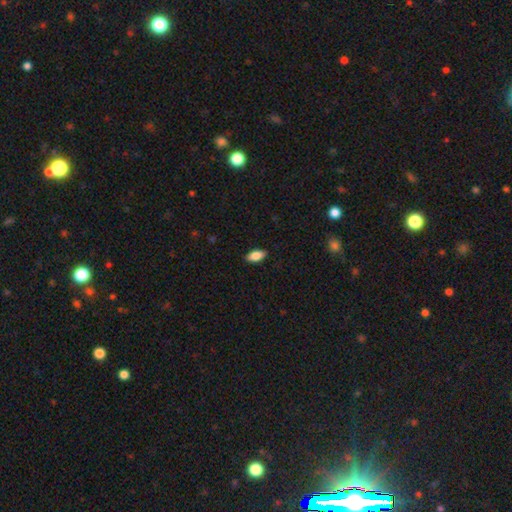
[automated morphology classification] Smooth or featured? Predicted: smooth (p=0.83). How rounded? Predicted: in between (p=0.90). Merging? Predicted: none (p=0.89).